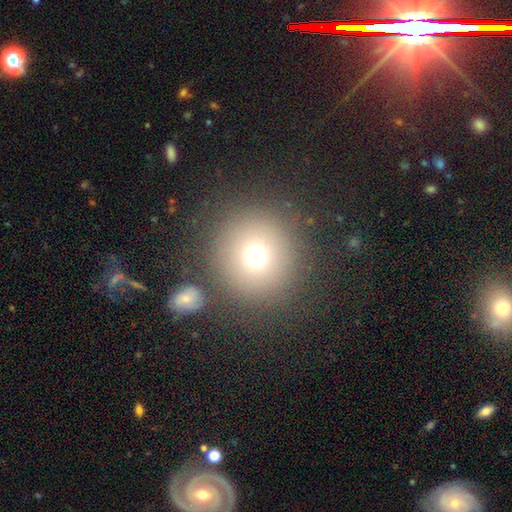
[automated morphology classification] Smooth or featured? Predicted: smooth (p=0.72). How rounded? Predicted: round (p=0.94). Merging? Predicted: none (p=0.83).